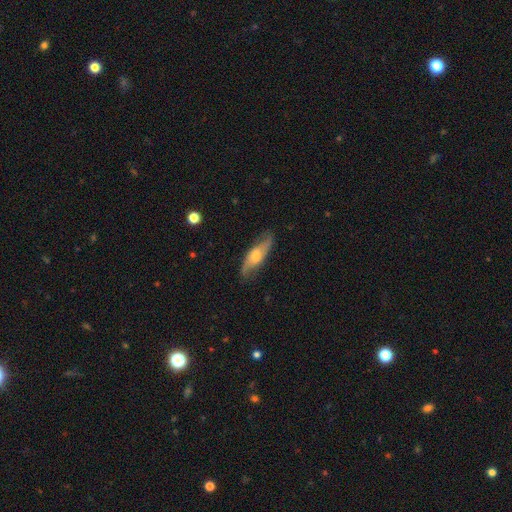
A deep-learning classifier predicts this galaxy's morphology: Q: Smooth or featured?
A: featured or disk (59%); runner-up: smooth (34%)
Q: Edge-on disk?
A: no (70%); runner-up: yes (30%)
Q: Merging?
A: none (76%); runner-up: minor disturbance (17%)